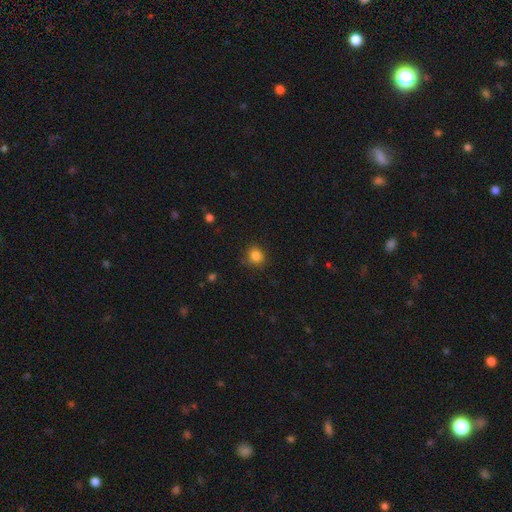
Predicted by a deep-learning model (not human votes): Smooth or featured?
  - smooth: 84% *
  - star or artifact: 12%
  - featured or disk: 5%
How rounded?
  - round: 84% *
  - in between: 15%
  - cigar-shaped: 1%
Merging?
  - none: 82% *
  - minor disturbance: 14%
  - major disturbance: 3%
  - merger: 1%